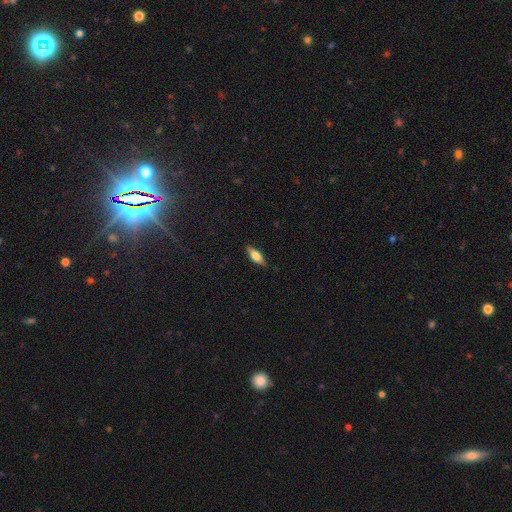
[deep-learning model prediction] A smooth galaxy with no disk features (58%) that is in between round and cigar-shaped (61%). Merging: none (87%).